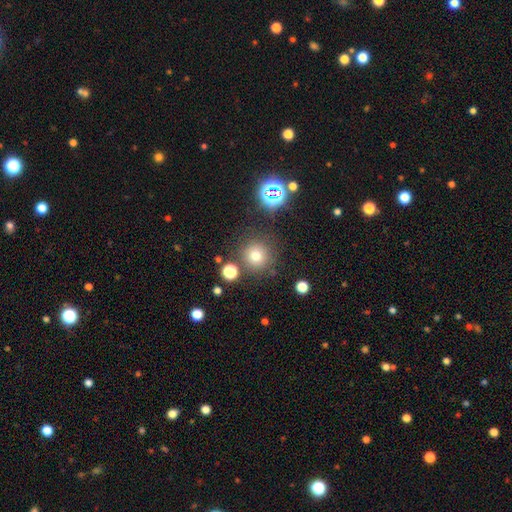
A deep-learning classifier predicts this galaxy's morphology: A smooth galaxy with no disk features (71%) that is round (95%). Merging: none (83%).